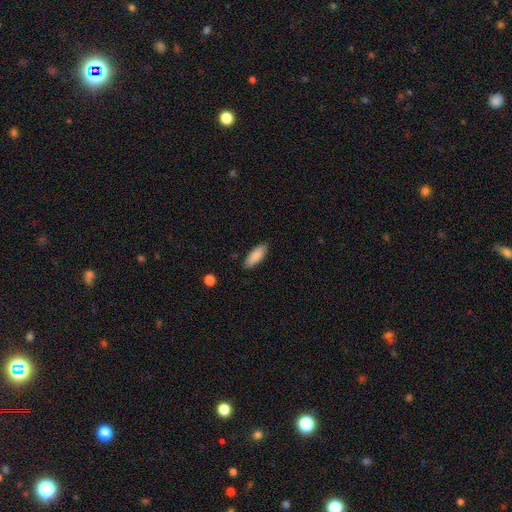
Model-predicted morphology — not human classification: smooth-or-featured: smooth: 87% | featured or disk: 7% | star or artifact: 6%
  how-rounded: in between: 64% | cigar-shaped: 34% | round: 2%
  merging: none: 88% | minor disturbance: 9% | major disturbance: 2% | merger: 1%